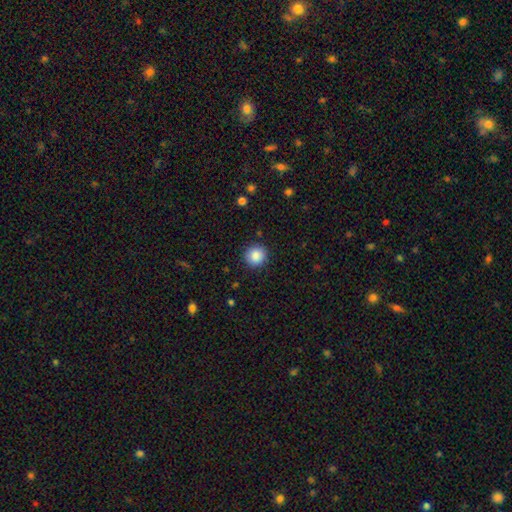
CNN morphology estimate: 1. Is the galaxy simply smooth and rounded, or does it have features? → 88% smooth, 9% star or artifact, 3% featured or disk.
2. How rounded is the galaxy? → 93% round, 6% in between, 1% cigar-shaped.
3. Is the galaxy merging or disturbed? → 91% none, 6% minor disturbance, 2% major disturbance, 1% merger.